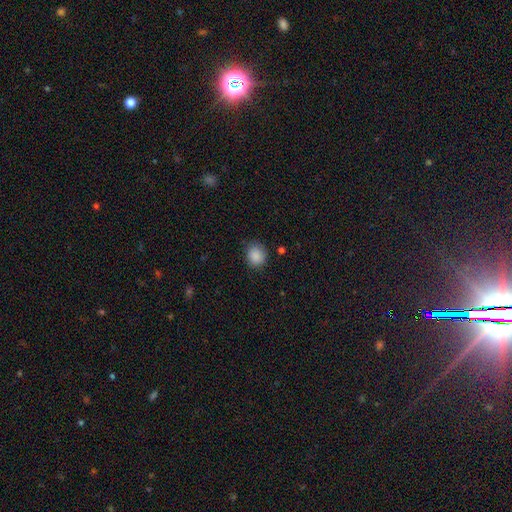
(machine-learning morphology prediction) Smooth or featured: smooth — 87% (star or artifact — 9%)
How rounded: round — 79% (in between — 20%)
Merging: none — 81% (minor disturbance — 14%)